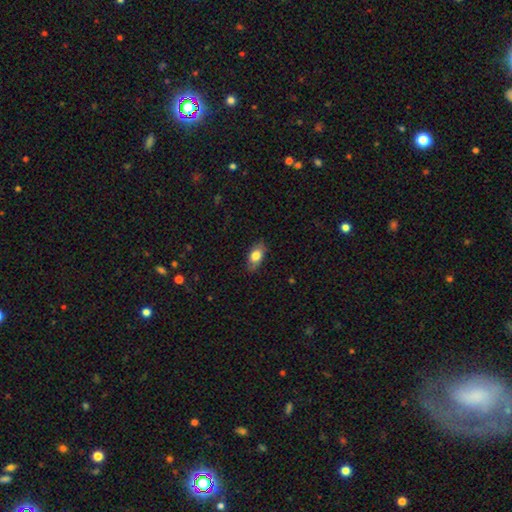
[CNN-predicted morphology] Smooth or featured?
  - smooth: 77% *
  - featured or disk: 16%
  - star or artifact: 7%
How rounded?
  - in between: 89% *
  - round: 6%
  - cigar-shaped: 5%
Merging?
  - none: 82% *
  - minor disturbance: 15%
  - major disturbance: 3%
  - merger: 1%